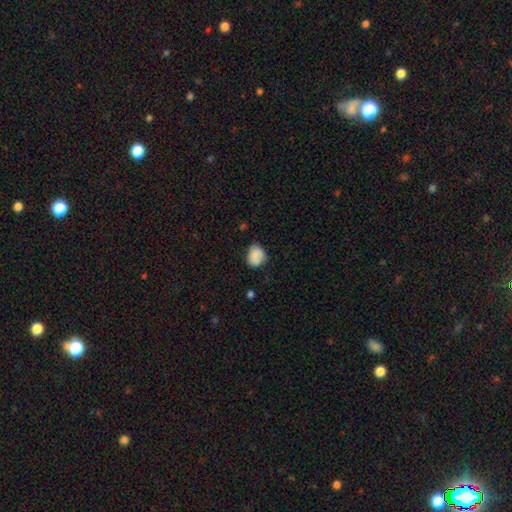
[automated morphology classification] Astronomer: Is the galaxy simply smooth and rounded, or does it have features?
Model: smooth — 87%.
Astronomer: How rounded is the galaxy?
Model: in between — 58% (runner-up: round, 42%).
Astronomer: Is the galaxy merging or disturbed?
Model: none — 68%.